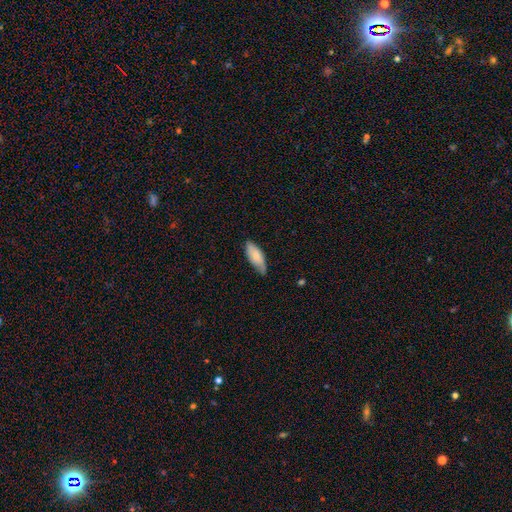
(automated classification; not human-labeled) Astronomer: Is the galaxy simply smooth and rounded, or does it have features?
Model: smooth — 69%.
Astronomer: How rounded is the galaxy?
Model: in between — 78%.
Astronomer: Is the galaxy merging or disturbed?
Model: none — 68%.